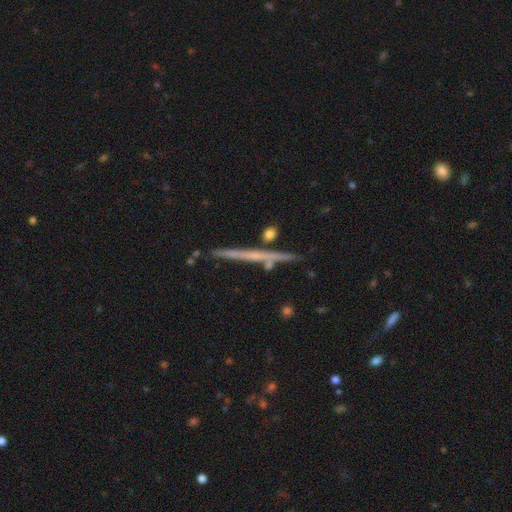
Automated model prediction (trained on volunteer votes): Smooth or featured: featured or disk — 62% (smooth — 30%)
Edge-on disk: yes — 97% (no — 3%)
Edge-on bulge: none — 80% (rounded — 15%)
Merging: none — 85% (minor disturbance — 9%)